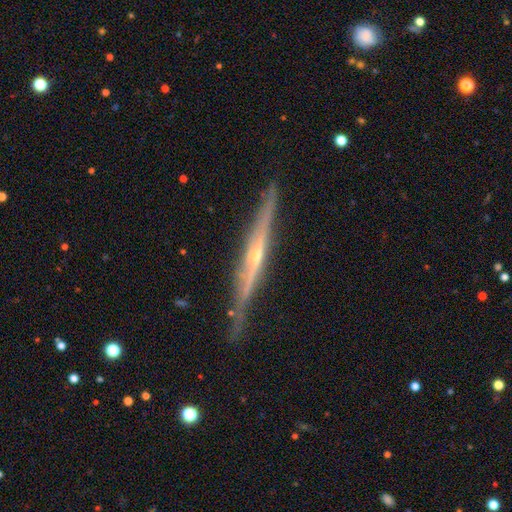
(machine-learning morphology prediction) The model was most divided on "edge-on bulge": rounded: 69%, none: 26%, boxy: 5%. More confident: edge-on disk — yes (97%); smooth or featured — featured or disk (83%); merging — none (82%).